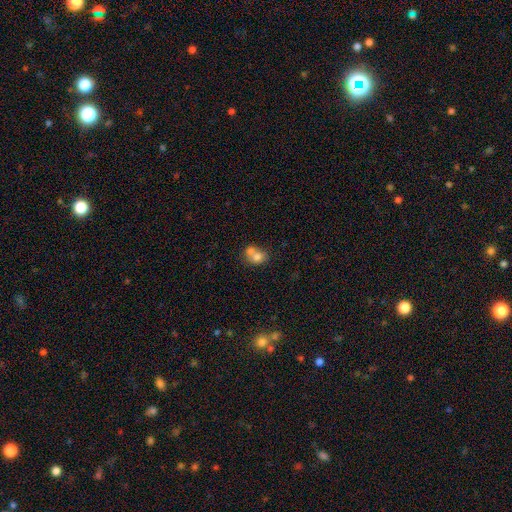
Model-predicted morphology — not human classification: smooth-or-featured: smooth: 71% | featured or disk: 19% | star or artifact: 10%
  how-rounded: round: 60% | in between: 39% | cigar-shaped: 1%
  merging: merger: 65% | none: 25% | minor disturbance: 7% | major disturbance: 3%